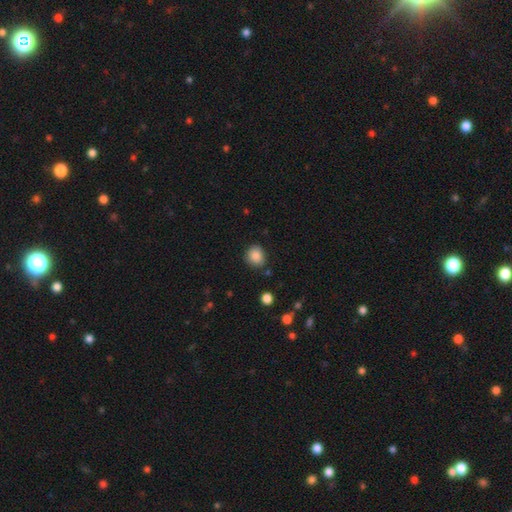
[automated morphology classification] smooth_or_featured: smooth (p=0.87) [alt: star or artifact p=0.09]
how_rounded: round (p=0.76) [alt: in between p=0.24]
merging: none (p=0.82) [alt: minor disturbance p=0.13]